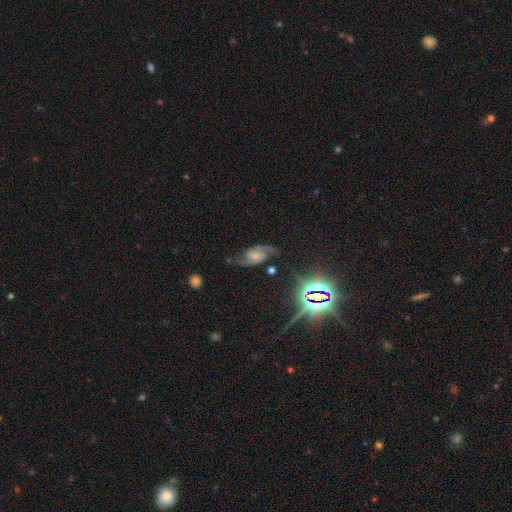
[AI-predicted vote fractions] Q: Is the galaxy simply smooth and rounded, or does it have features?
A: featured or disk — 80%.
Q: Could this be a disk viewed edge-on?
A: no — 96%.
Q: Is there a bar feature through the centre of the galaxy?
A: no — 56%.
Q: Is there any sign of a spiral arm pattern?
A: yes — 96%.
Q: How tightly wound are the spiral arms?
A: medium — 50%.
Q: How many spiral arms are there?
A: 2 — 92%.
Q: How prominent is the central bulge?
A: small — 48%.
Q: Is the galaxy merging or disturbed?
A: none — 71%.